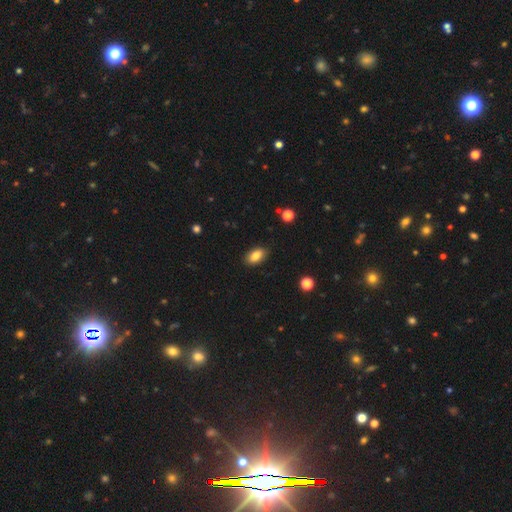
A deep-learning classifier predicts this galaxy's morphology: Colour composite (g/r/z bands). It shows a smooth galaxy with no disk features (85%) that is in between round and cigar-shaped (92%). Merging: none (88%).